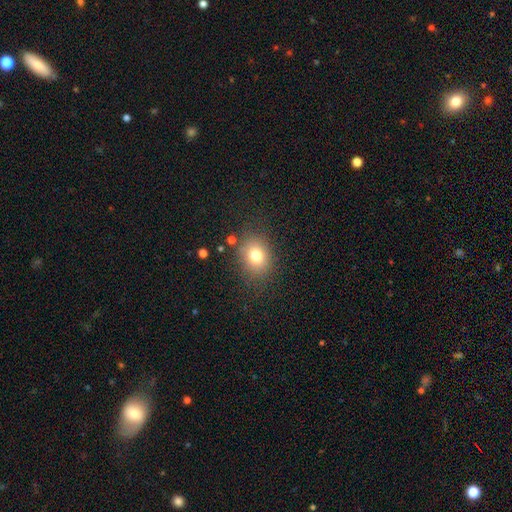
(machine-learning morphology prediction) A smooth galaxy with no disk features (77%) that is round (51%). Merging: none (80%).